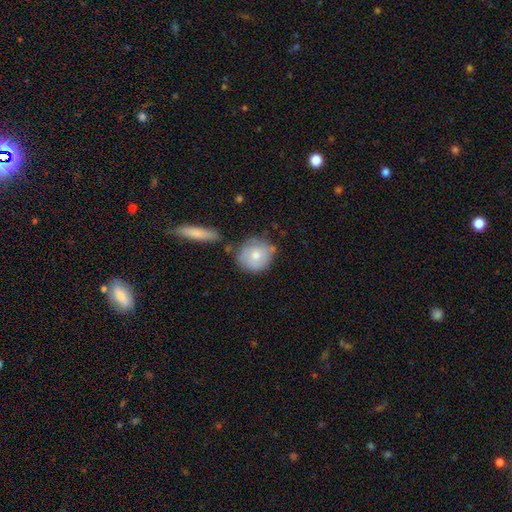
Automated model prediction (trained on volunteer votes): Smooth or featured: smooth — 64% (featured or disk — 29%)
How rounded: round — 85% (in between — 14%)
Merging: none — 65% (minor disturbance — 21%)